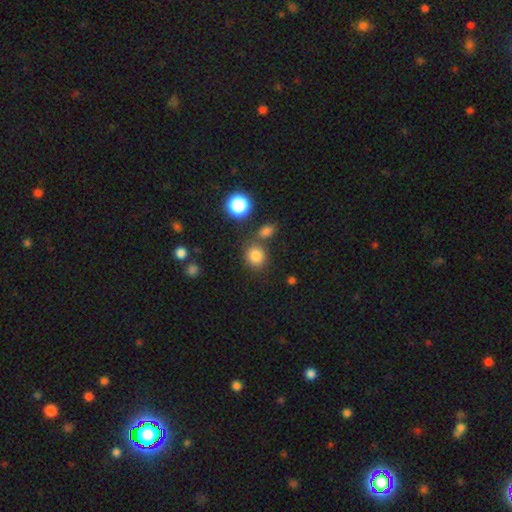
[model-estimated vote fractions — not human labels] A smooth galaxy with no disk features (81%) that is round (77%).

Vote fractions:
- Smooth or featured? smooth: 81% / star or artifact: 14% / featured or disk: 5%
- How rounded? round: 77% / in between: 22% / cigar-shaped: 1%
- Merging? none: 71% / merger: 14% / minor disturbance: 10% / major disturbance: 4%